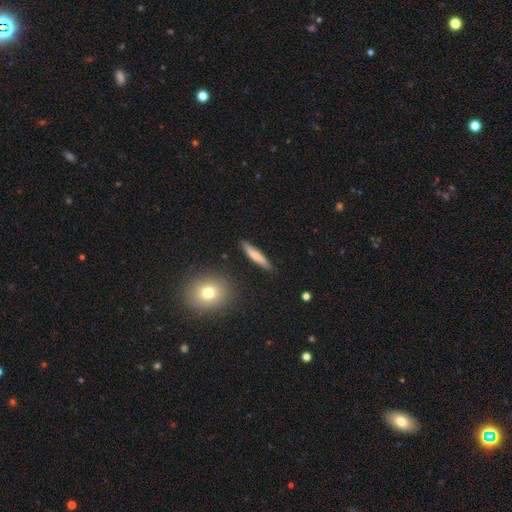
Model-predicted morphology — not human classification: type=smooth (70%); roundness=cigar-shaped (87%); merging=none (88%).